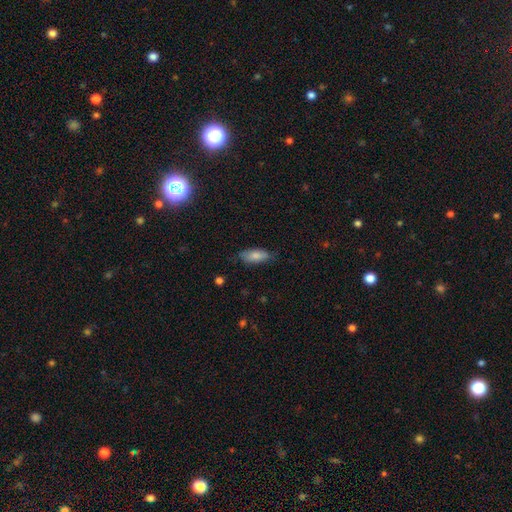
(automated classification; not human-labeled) A smooth galaxy with no disk features (80%) that is in between round and cigar-shaped (81%). Merging: none (71%).